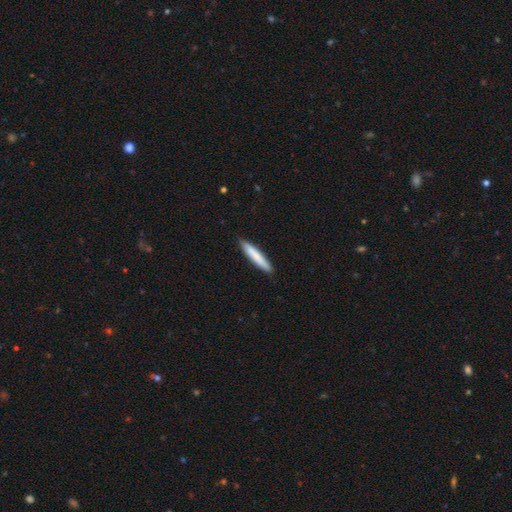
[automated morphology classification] Overall: smooth (79%). How rounded: cigar-shaped (92%). Merging: none (90%).